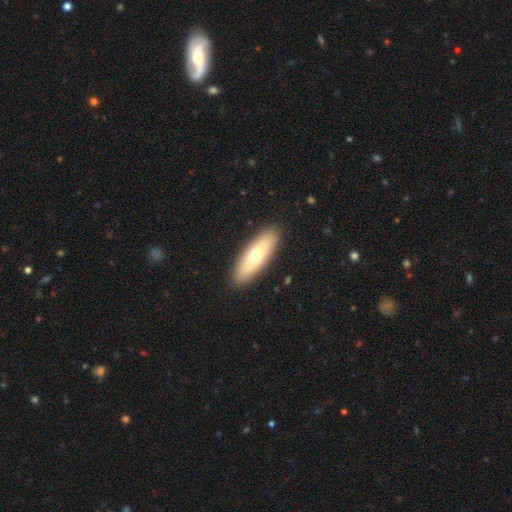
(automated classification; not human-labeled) Smooth or featured?
  - smooth: 64% *
  - featured or disk: 31%
  - star or artifact: 5%
How rounded?
  - in between: 57% *
  - cigar-shaped: 40%
  - round: 2%
Merging?
  - none: 91% *
  - minor disturbance: 7%
  - major disturbance: 2%
  - merger: 1%